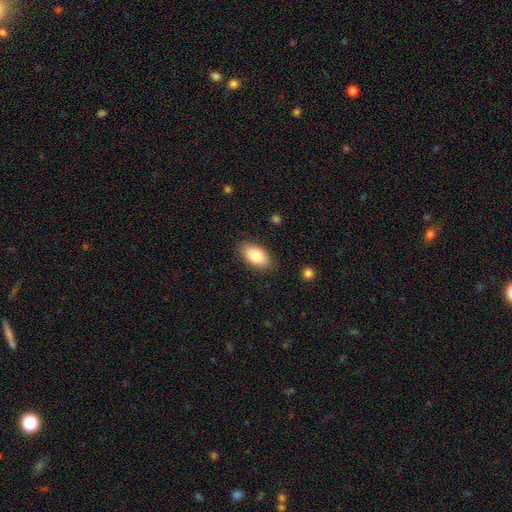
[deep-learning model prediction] This appears to be a smooth galaxy with no disk features (84%) that is in between round and cigar-shaped (94%). Merging: none (86%).